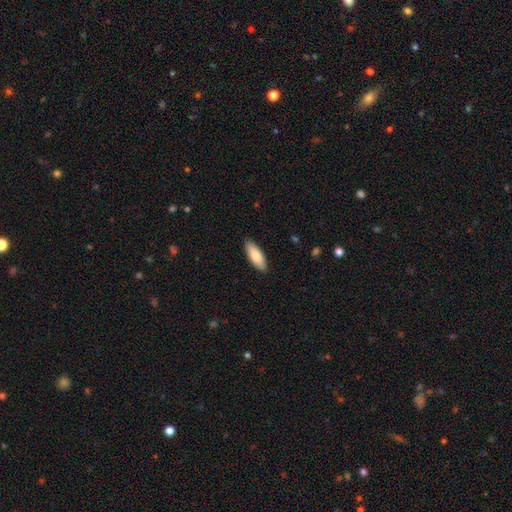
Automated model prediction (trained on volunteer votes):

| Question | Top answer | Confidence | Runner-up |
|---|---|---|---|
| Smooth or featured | smooth | 83% | featured or disk (12%) |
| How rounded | in between | 68% | cigar-shaped (31%) |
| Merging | none | 89% | minor disturbance (8%) |